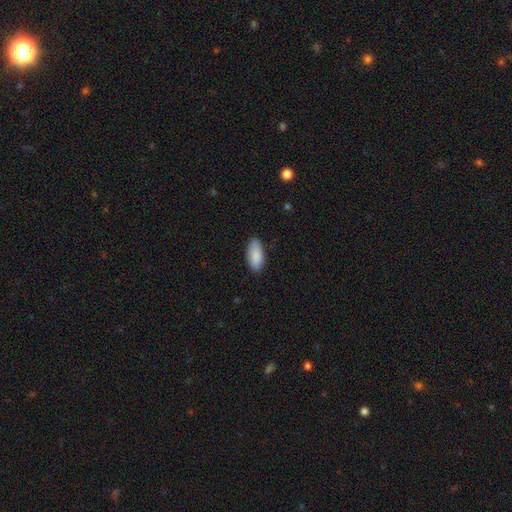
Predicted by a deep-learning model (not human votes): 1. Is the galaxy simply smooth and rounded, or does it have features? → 89% smooth, 6% star or artifact, 5% featured or disk.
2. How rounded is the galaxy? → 90% in between, 8% cigar-shaped, 2% round.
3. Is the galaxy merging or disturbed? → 86% none, 11% minor disturbance, 2% major disturbance, 1% merger.